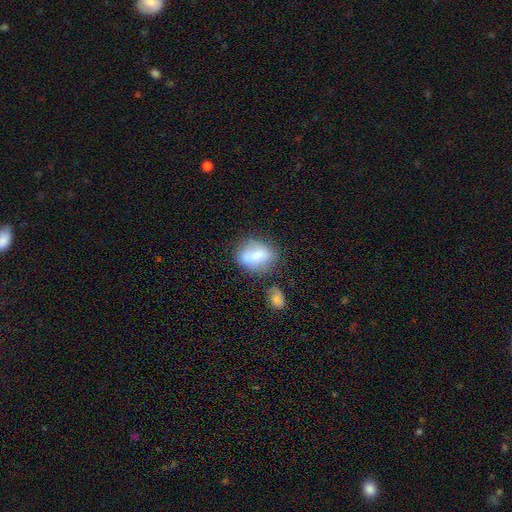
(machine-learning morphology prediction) smooth-or-featured: smooth: 72% | featured or disk: 20% | star or artifact: 9%
  how-rounded: in between: 76% | round: 21% | cigar-shaped: 3%
  merging: none: 54% | minor disturbance: 25% | merger: 12% | major disturbance: 9%